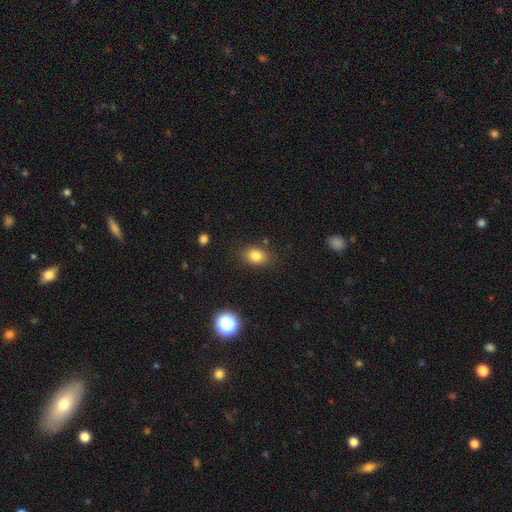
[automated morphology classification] Smooth or featured?
  - smooth: 81% *
  - star or artifact: 11%
  - featured or disk: 7%
How rounded?
  - in between: 74% *
  - round: 25%
  - cigar-shaped: 1%
Merging?
  - none: 83% *
  - minor disturbance: 11%
  - major disturbance: 3%
  - merger: 2%